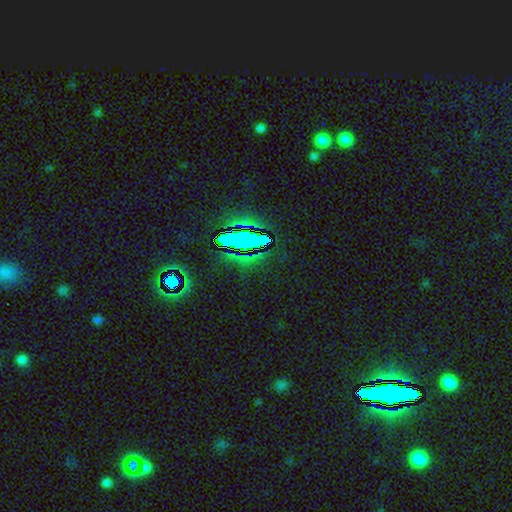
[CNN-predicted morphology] star or artifact 81%, smooth 11%, featured or disk 8%.